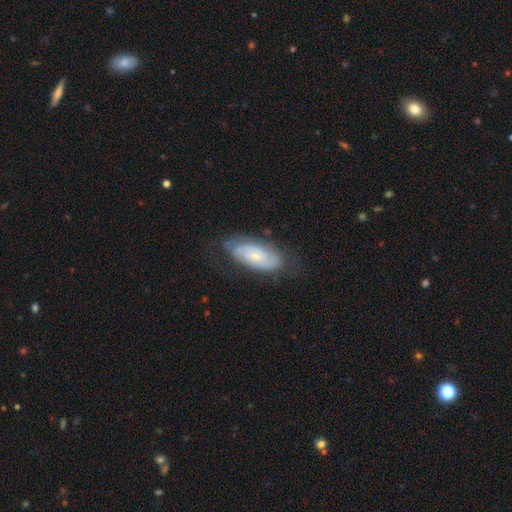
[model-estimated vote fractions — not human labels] Overall: featured or disk (64%; smooth 30%). Edge-on disk: no (91%). Bar: no (76%). Spiral arms: yes (76%). Bulge size: small (72%). Merging: none (71%).